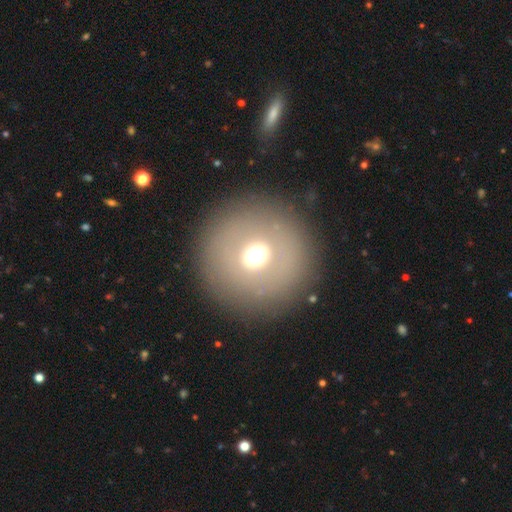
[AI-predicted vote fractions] Morphology: type=smooth (58%); roundness=round (92%); merging=none (86%).